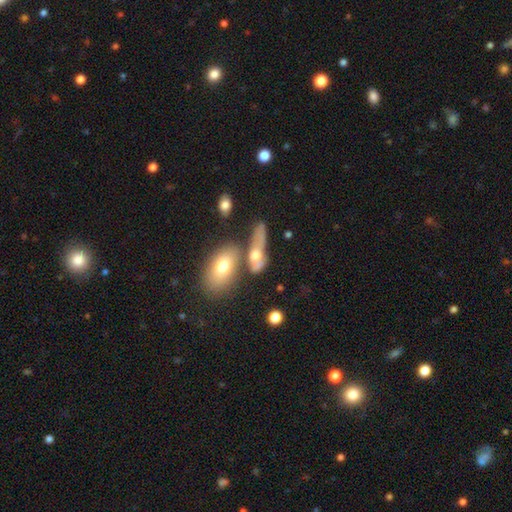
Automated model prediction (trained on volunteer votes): Smooth or featured? smooth (54%)
How rounded? in between (65%)
Merging? merger (37%)